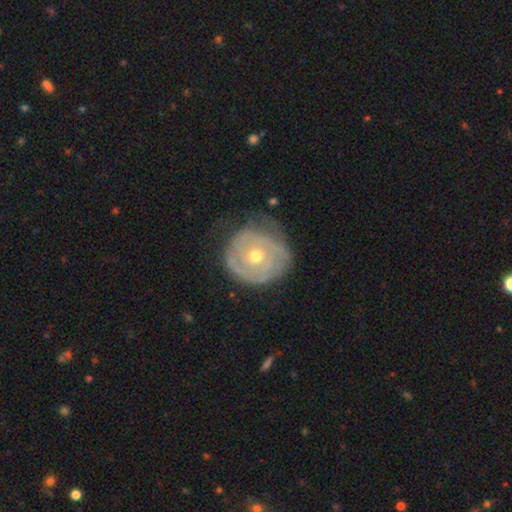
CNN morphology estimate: Smooth or featured?
  - featured or disk: 73% *
  - smooth: 22%
  - star or artifact: 6%
Edge-on disk?
  - no: 97% *
  - yes: 3%
Bar?
  - no: 84% *
  - weak: 13%
  - strong: 4%
Spiral arms?
  - yes: 72% *
  - no: 28%
Spiral winding?
  - tight: 75% *
  - medium: 17%
  - loose: 7%
Spiral arm count?
  - can't tell: 48% *
  - 2: 23%
  - 3: 13%
  - 1: 9%
  - 4: 5%
  - more than 4: 4%
Bulge size?
  - moderate: 63% *
  - small: 34%
  - large: 2%
  - none: 1%
  - dominant: 1%
Merging?
  - none: 62% *
  - minor disturbance: 26%
  - major disturbance: 10%
  - merger: 2%